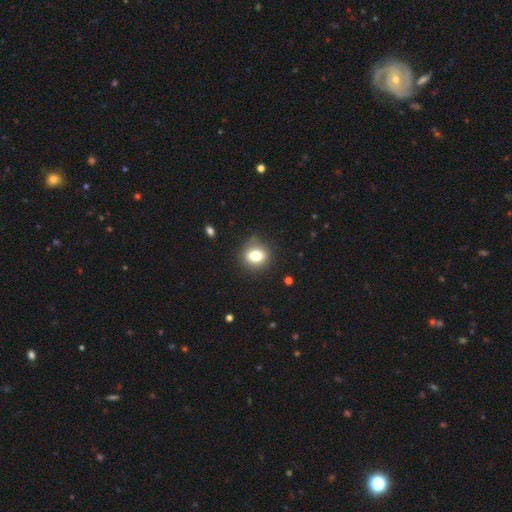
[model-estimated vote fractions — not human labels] This appears to be a smooth galaxy with no disk features (79%) that is round (65%). Merging: none (85%).